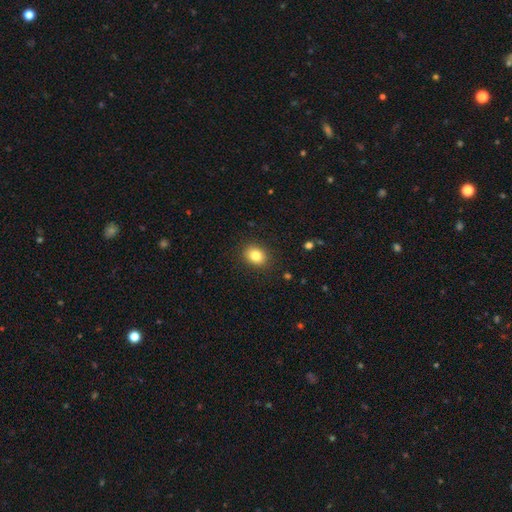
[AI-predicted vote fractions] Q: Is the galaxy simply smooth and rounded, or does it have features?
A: smooth — 83%.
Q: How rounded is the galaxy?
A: round — 53%.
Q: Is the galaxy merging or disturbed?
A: none — 89%.